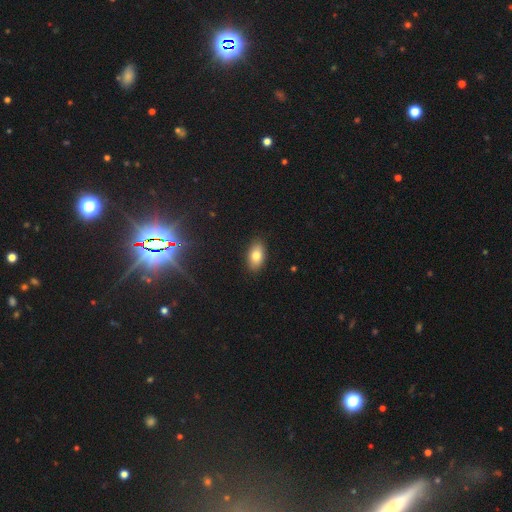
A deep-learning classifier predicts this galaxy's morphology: This appears to be a smooth galaxy with no disk features (79%) that is in between round and cigar-shaped (92%). Merging: none (88%).